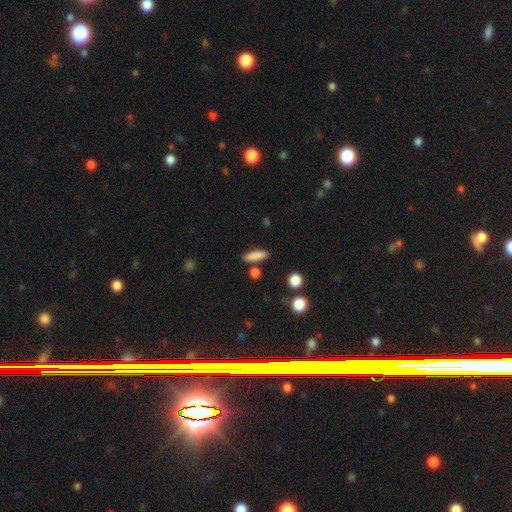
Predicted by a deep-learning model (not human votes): Smooth or featured? Predicted: smooth (p=0.85). How rounded? Predicted: cigar-shaped (p=0.55). Merging? Predicted: none (p=0.82).